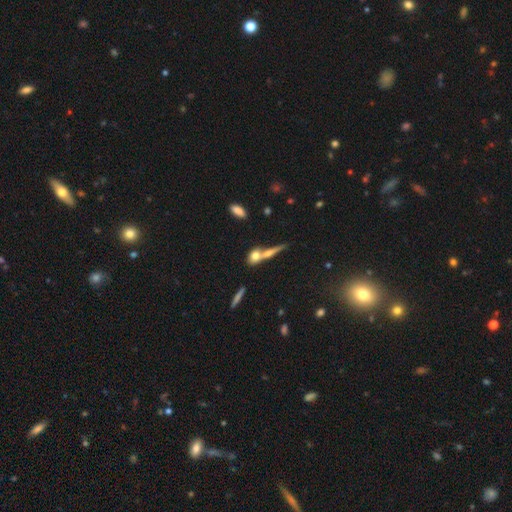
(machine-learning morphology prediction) Smooth or featured: smooth — 60% (featured or disk — 29%)
How rounded: cigar-shaped — 42% (in between — 35%)
Merging: none — 45% (merger — 41%)